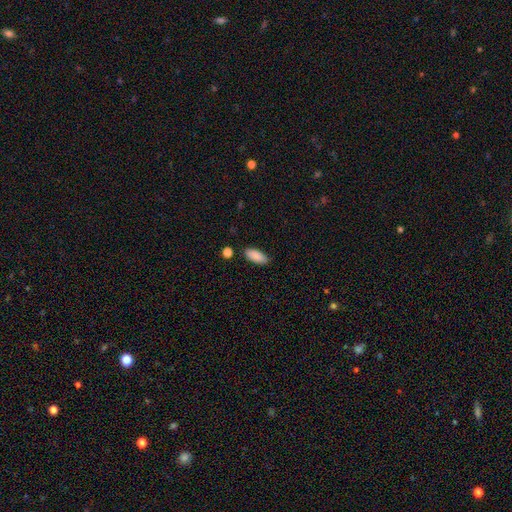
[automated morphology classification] A smooth galaxy with no disk features (89%) that is in between round and cigar-shaped (85%). Merging: none (81%).